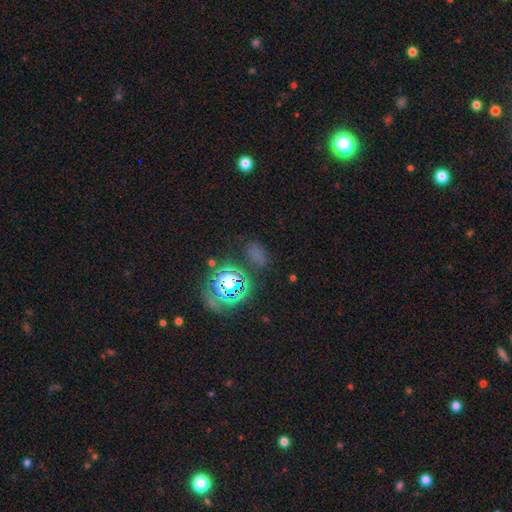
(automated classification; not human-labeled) A star or artifact, not a galaxy (49%).

Vote fractions:
- Smooth or featured? star or artifact: 49% / smooth: 41% / featured or disk: 10%